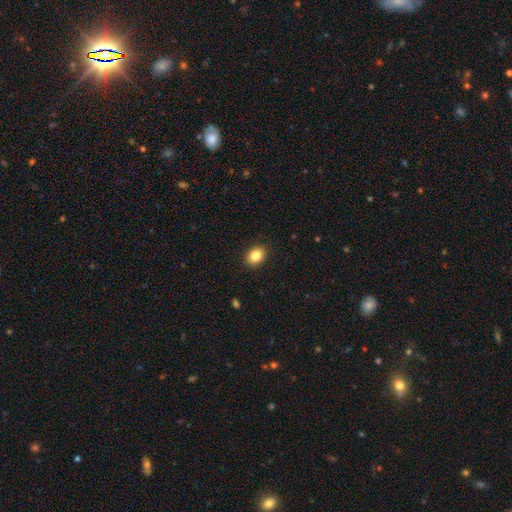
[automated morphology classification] Smooth or featured: smooth — 85% (star or artifact — 9%)
How rounded: in between — 61% (round — 38%)
Merging: none — 90% (minor disturbance — 7%)